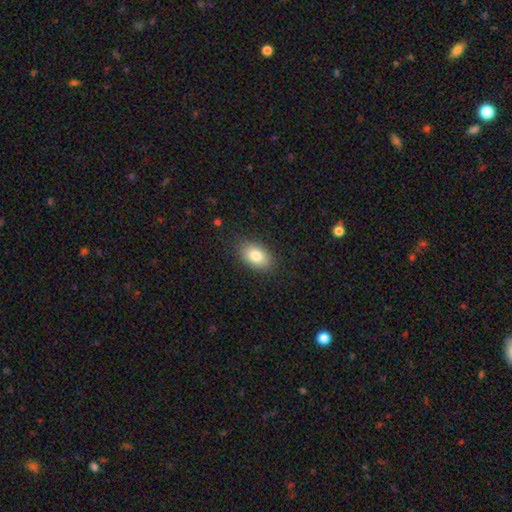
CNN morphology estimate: This is clearly a smooth galaxy (83%). How rounded: clearly in between (88%). Merging: clearly none (85%).